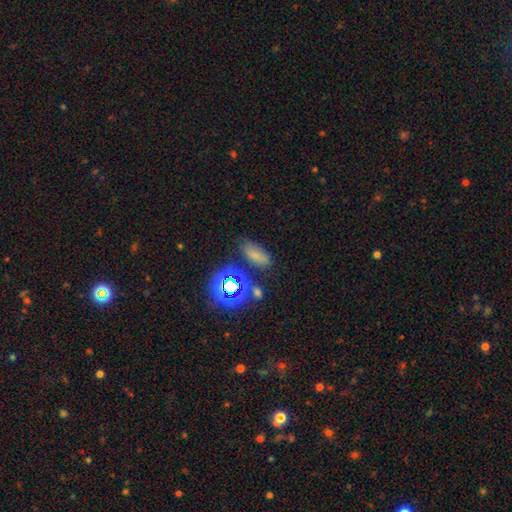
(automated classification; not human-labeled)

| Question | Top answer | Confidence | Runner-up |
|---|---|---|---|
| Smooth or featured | smooth | 65% | star or artifact (24%) |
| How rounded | in between | 84% | round (9%) |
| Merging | none | 72% | minor disturbance (16%) |